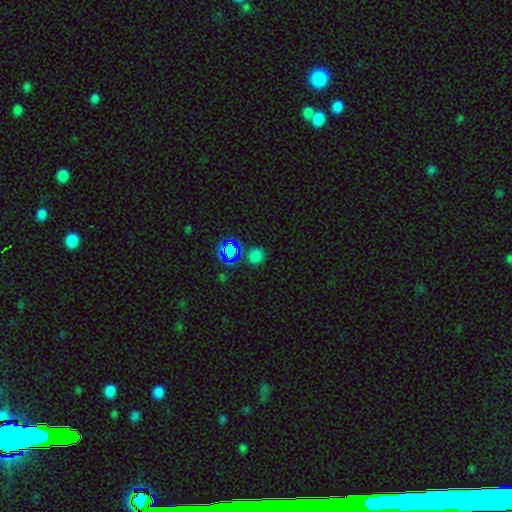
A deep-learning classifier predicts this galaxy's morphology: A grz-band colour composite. It shows a smooth galaxy with no disk features (66%) that is round (71%). Merging: none (76%).